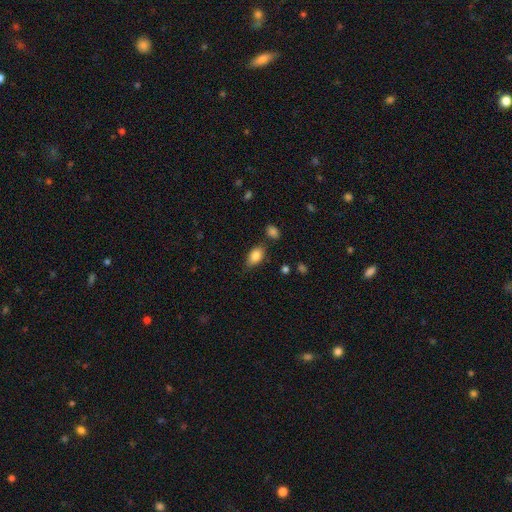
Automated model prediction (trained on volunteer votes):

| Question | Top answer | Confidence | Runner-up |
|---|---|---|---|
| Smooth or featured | smooth | 84% | featured or disk (8%) |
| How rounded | in between | 89% | round (8%) |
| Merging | none | 73% | minor disturbance (18%) |